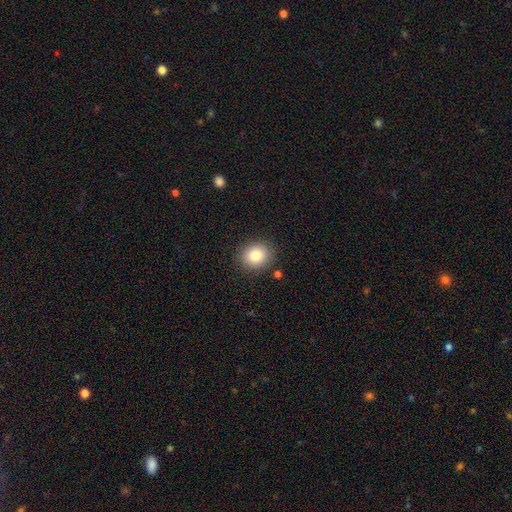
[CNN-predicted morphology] A smooth galaxy with no disk features (84%) that is round (72%).

Vote fractions:
- Smooth or featured? smooth: 84% / star or artifact: 9% / featured or disk: 6%
- How rounded? round: 72% / in between: 27% / cigar-shaped: 1%
- Merging? none: 87% / minor disturbance: 8% / major disturbance: 3% / merger: 2%